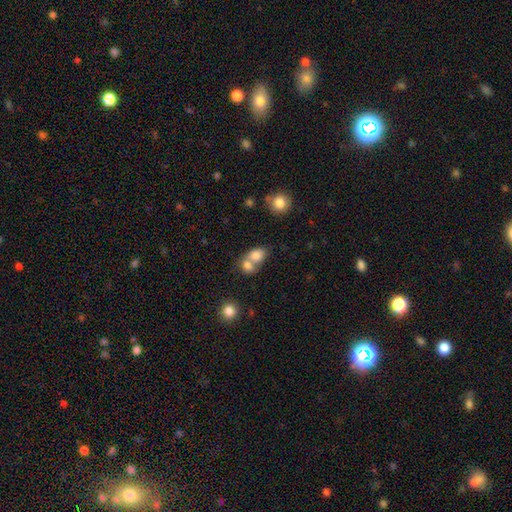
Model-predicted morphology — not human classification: smooth 79%, featured or disk 12%, star or artifact 10%. Down the decision tree: how rounded — in between (62%); merging — merger (62%).